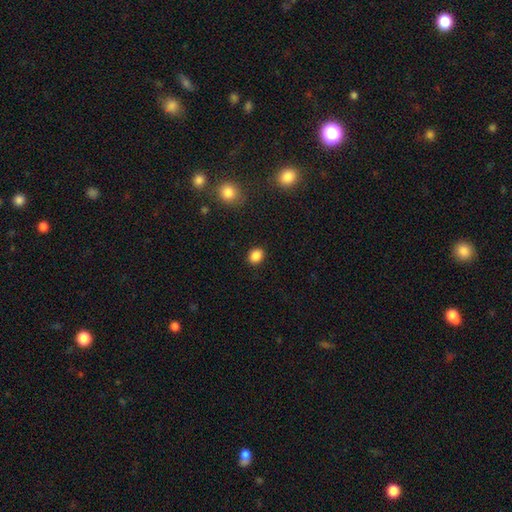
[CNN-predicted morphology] Smooth or featured? Predicted: smooth (p=0.87). How rounded? Predicted: in between (p=0.53). Merging? Predicted: none (p=0.89).